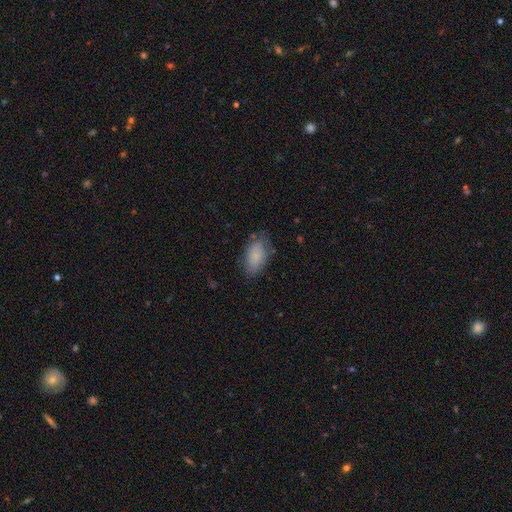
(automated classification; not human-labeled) Smooth or featured? Predicted: smooth (p=0.79). How rounded? Predicted: in between (p=0.93). Merging? Predicted: none (p=0.70).